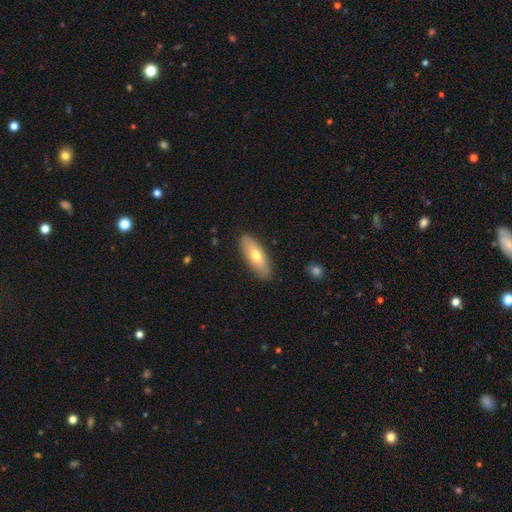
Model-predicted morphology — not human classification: smooth 65%, featured or disk 29%, star or artifact 6%. Down the decision tree: how rounded — in between (69%); merging — none (88%).